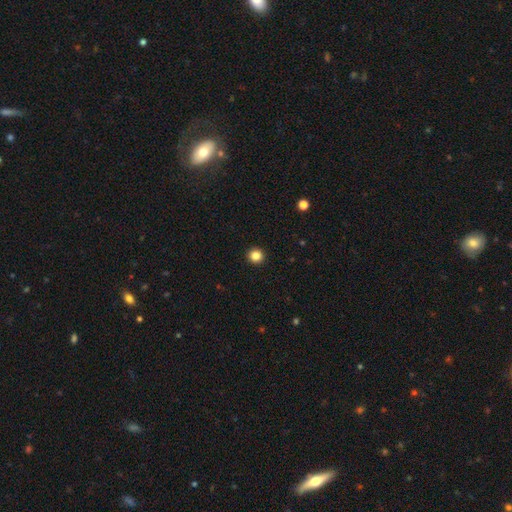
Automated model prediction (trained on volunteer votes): Overall: smooth (85%). How rounded: round (95%). Merging: none (94%).